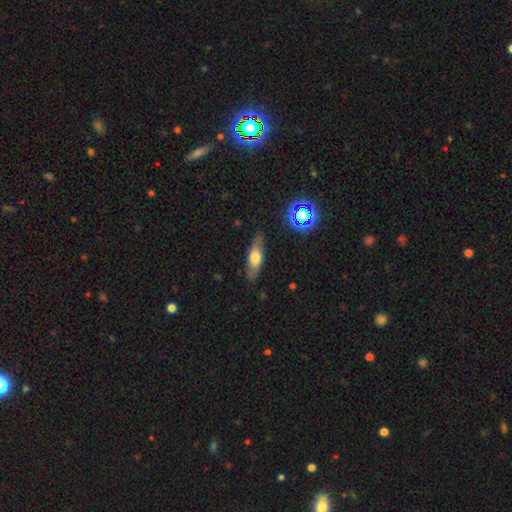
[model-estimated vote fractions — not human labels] Morphology: type=smooth (53%); roundness=in between (52%); merging=none (82%).